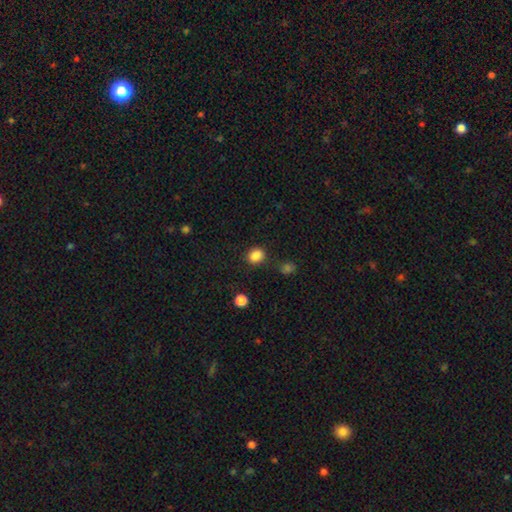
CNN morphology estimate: Overall: smooth (85%). How rounded: round (53%; in between 46%). Merging: none (78%).